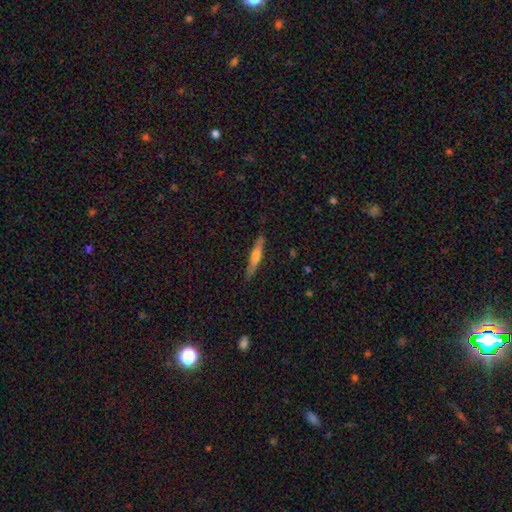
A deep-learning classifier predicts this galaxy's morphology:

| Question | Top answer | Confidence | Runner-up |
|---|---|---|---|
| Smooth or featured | featured or disk | 52% | smooth (43%) |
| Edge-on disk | yes | 94% | no (6%) |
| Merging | none | 87% | minor disturbance (10%) |